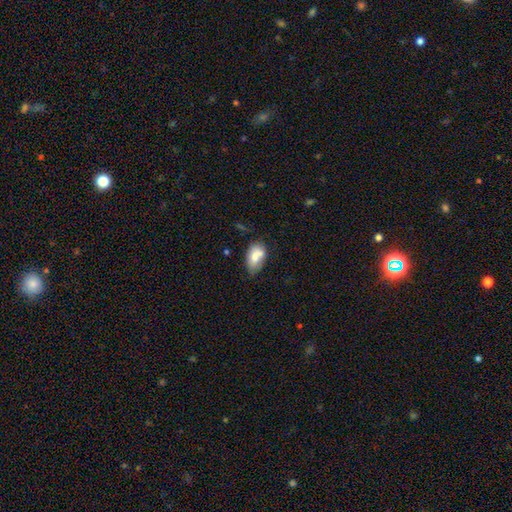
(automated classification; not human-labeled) A smooth galaxy with no disk features (75%) that is in between round and cigar-shaped (90%).

Vote fractions:
- Smooth or featured? smooth: 75% / featured or disk: 17% / star or artifact: 8%
- How rounded? in between: 90% / round: 8% / cigar-shaped: 2%
- Merging? none: 45% / minor disturbance: 30% / merger: 16% / major disturbance: 8%